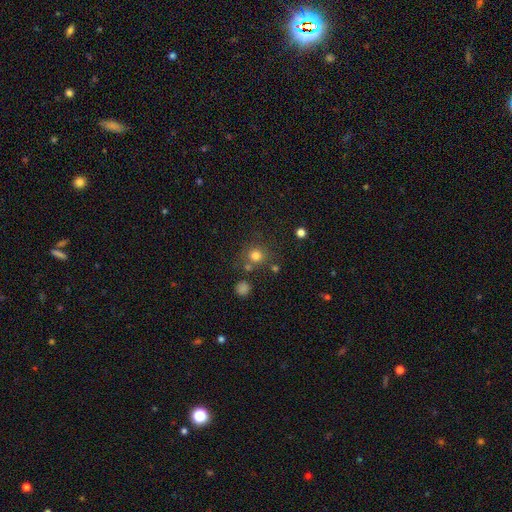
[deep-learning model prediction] Q: Smooth or featured?
A: smooth (77%); runner-up: star or artifact (16%)
Q: How rounded?
A: round (88%); runner-up: in between (11%)
Q: Merging?
A: none (71%); runner-up: merger (13%)